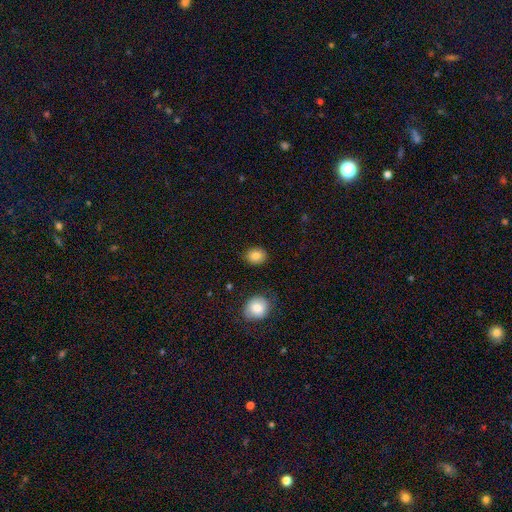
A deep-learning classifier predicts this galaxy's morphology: A smooth galaxy with no disk features (85%) that is round (59%).

Vote fractions:
- Smooth or featured? smooth: 85% / star or artifact: 9% / featured or disk: 6%
- How rounded? round: 59% / in between: 40% / cigar-shaped: 1%
- Merging? none: 88% / minor disturbance: 8% / major disturbance: 2% / merger: 2%